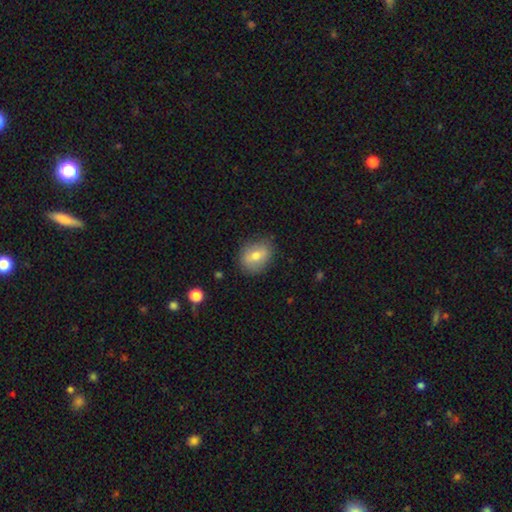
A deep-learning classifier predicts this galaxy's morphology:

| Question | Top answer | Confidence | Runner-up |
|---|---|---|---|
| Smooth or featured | smooth | 66% | featured or disk (27%) |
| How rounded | in between | 63% | round (35%) |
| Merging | none | 79% | minor disturbance (15%) |